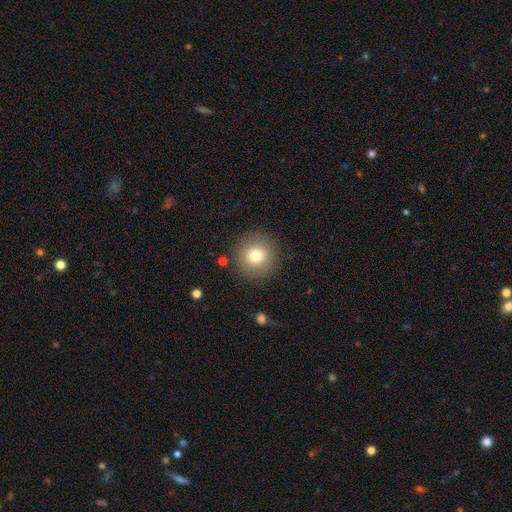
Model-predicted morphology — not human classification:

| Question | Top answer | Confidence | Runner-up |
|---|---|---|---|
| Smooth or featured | smooth | 76% | featured or disk (12%) |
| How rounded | round | 95% | in between (4%) |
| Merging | none | 88% | minor disturbance (7%) |